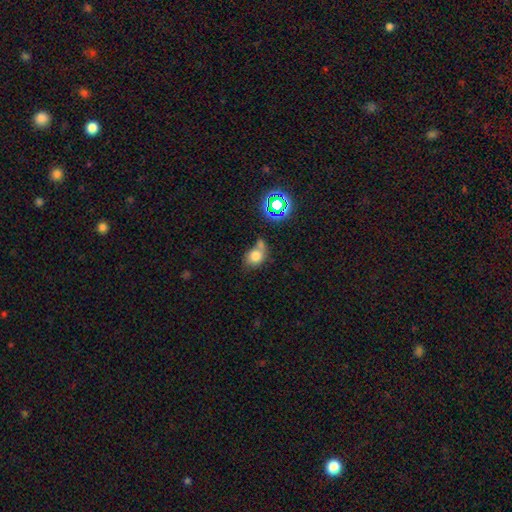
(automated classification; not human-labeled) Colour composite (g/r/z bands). It shows a smooth galaxy with no disk features (74%) that is in between round and cigar-shaped (51%). Merging: none (40%).